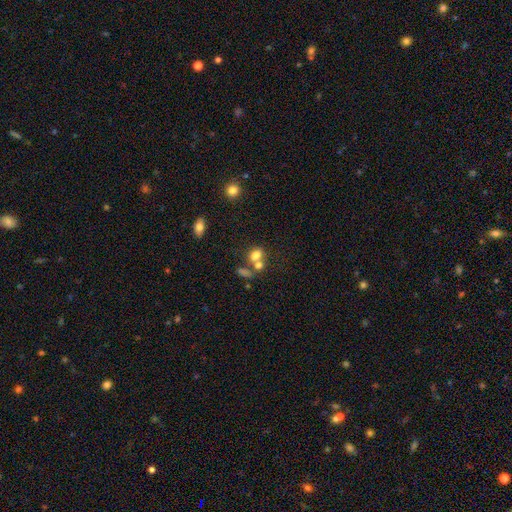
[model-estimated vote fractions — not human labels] smooth 74%, star or artifact 13%, featured or disk 13%. Down the decision tree: how rounded — in between (57%); merging — merger (46%).